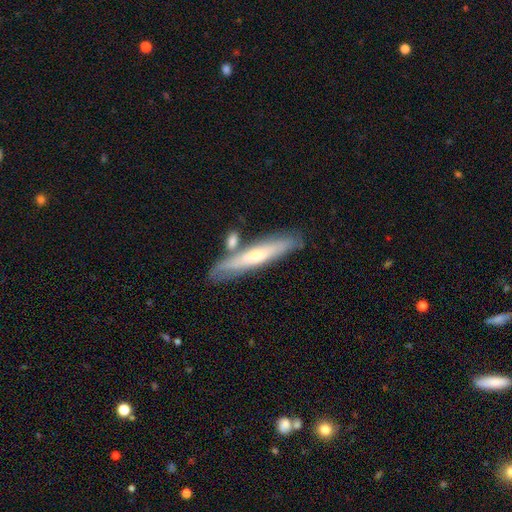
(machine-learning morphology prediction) A featured or disk galaxy (55%) viewed edge-on (81%). Merging: none (68%).